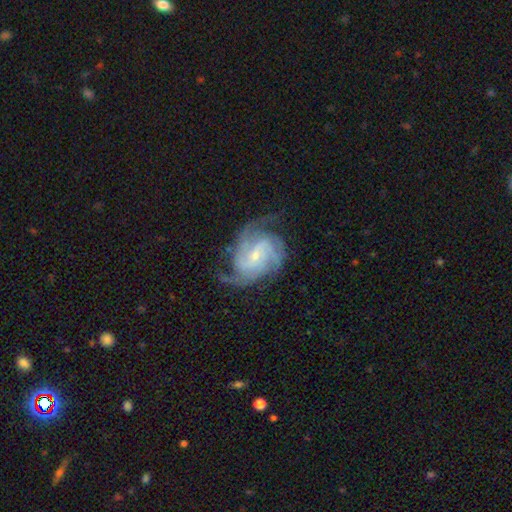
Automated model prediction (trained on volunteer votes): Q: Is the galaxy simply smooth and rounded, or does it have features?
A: featured or disk — 90%.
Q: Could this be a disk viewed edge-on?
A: no — 98%.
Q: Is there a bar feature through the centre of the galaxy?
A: no — 46%.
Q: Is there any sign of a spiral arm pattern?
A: yes — 98%.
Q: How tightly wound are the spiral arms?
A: medium — 45%, tied with tight.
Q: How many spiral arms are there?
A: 3 — 40%.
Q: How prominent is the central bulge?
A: small — 71%.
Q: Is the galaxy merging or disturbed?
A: none — 68%.